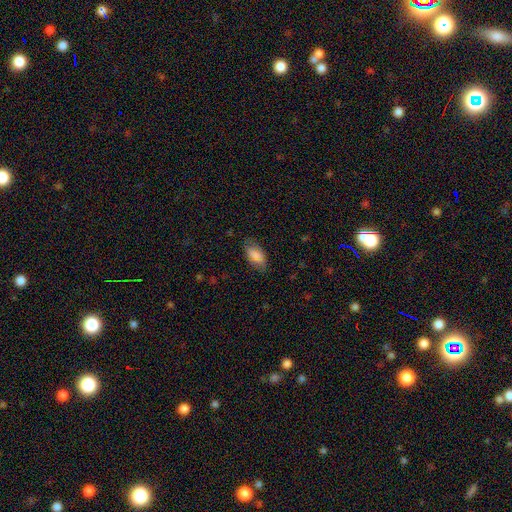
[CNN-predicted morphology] The model was most divided on "merging": none: 72%, minor disturbance: 21%, major disturbance: 6%, merger: 1%. More confident: how rounded — in between (92%); smooth or featured — smooth (78%).